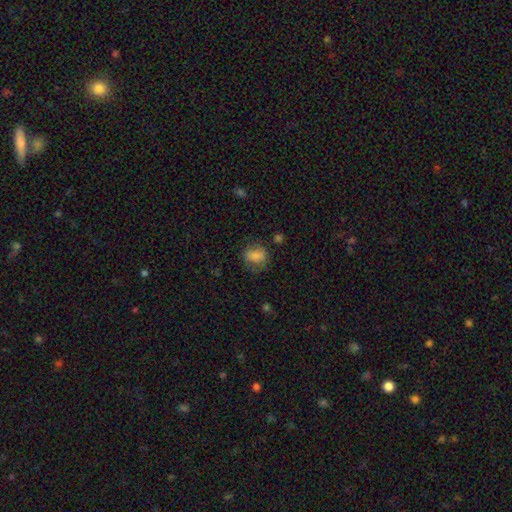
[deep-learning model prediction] Smooth or featured?
  - smooth: 77% *
  - featured or disk: 14%
  - star or artifact: 9%
How rounded?
  - round: 52% *
  - in between: 46%
  - cigar-shaped: 1%
Merging?
  - none: 65% *
  - minor disturbance: 22%
  - major disturbance: 11%
  - merger: 2%